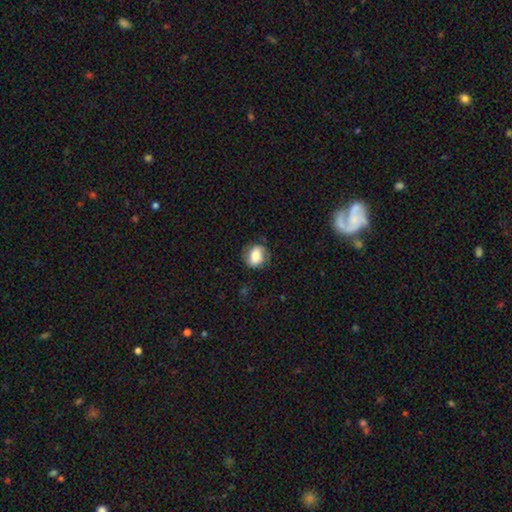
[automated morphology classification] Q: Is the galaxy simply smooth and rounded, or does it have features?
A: smooth — 75%.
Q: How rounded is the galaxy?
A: in between — 53%.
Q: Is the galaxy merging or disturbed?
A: none — 73%.